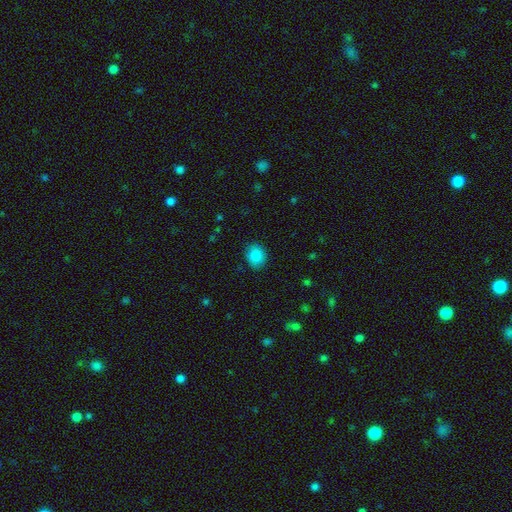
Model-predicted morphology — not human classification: This is clearly a smooth galaxy (88%). How rounded: possibly round (56%). Merging: clearly none (86%).